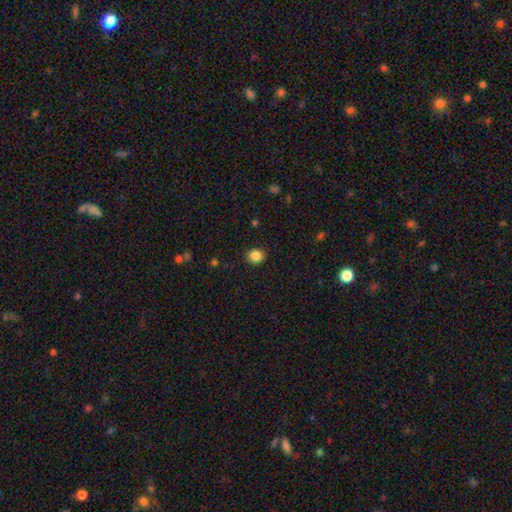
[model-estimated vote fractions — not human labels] Overall: smooth (85%). How rounded: round (68%; in between 31%). Merging: none (90%).